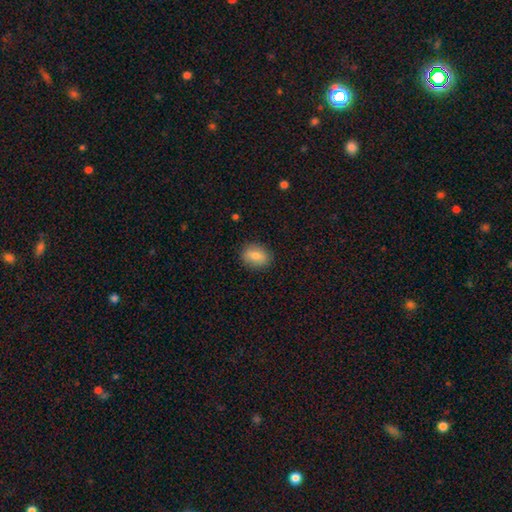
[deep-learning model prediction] Smooth or featured? Predicted: smooth (p=0.81). How rounded? Predicted: in between (p=0.64). Merging? Predicted: none (p=0.87).